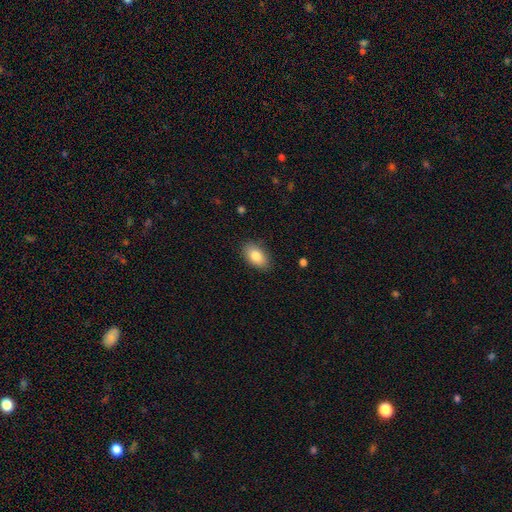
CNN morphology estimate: This appears to be a smooth galaxy with no disk features (85%) that is in between round and cigar-shaped (92%). Merging: none (86%).